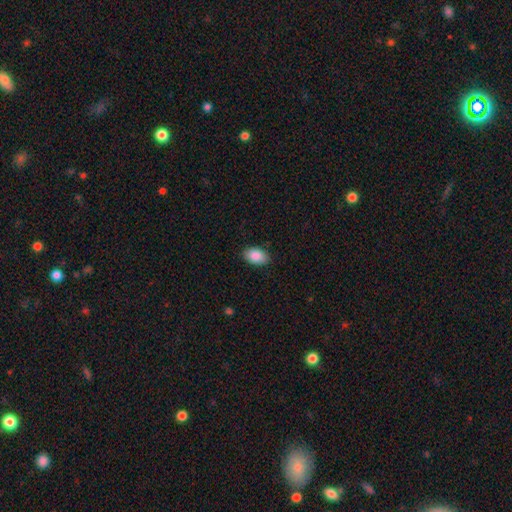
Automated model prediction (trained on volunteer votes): smooth 89%, star or artifact 7%, featured or disk 5%. Down the decision tree: how rounded — in between (90%); merging — none (87%).